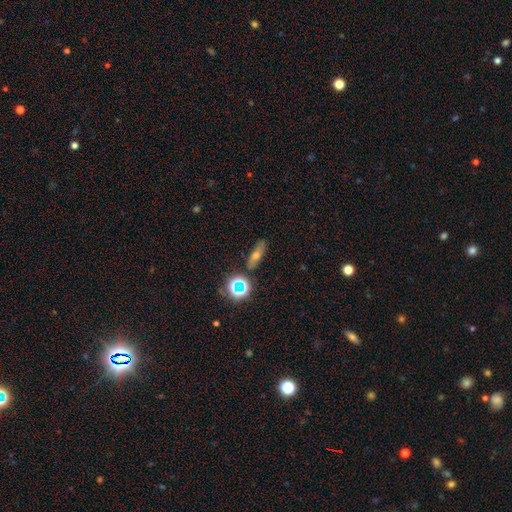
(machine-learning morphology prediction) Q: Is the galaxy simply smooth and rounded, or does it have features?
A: smooth — 41%.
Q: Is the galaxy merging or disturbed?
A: none — 80%.